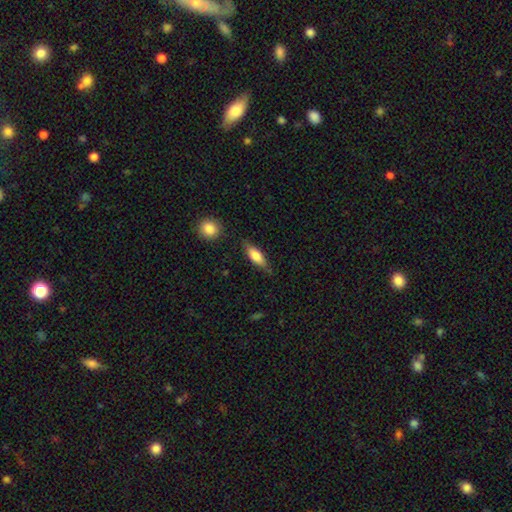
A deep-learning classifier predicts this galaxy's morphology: Smooth or featured: smooth — 73% (featured or disk — 20%)
How rounded: in between — 65% (cigar-shaped — 33%)
Merging: none — 75% (minor disturbance — 17%)